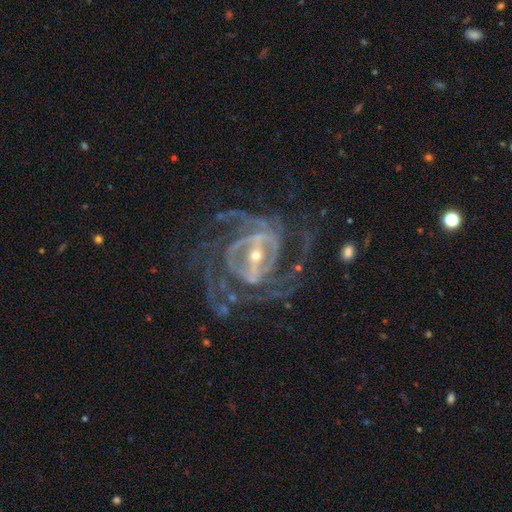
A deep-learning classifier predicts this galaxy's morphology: Overall: featured or disk (91%). Edge-on disk: no (96%). Bar: strong (63%; weak 27%). Spiral arms: yes (96%). Spiral arm count: 2 (26%; can't tell 22%). Spiral winding: tight (50%; medium 40%). Bulge size: small (66%; moderate 29%). Merging: none (59%; major disturbance 23%).